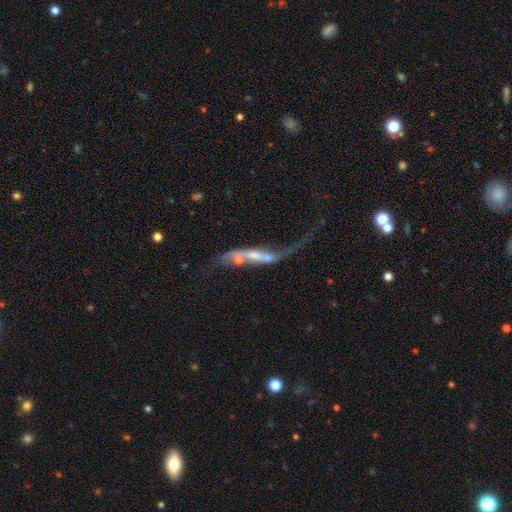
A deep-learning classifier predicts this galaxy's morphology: This appears to be a featured or disk galaxy (71%) with no bar (44%), spiral arms (65%) and a small central bulge (35%). Merging: merger (44%).